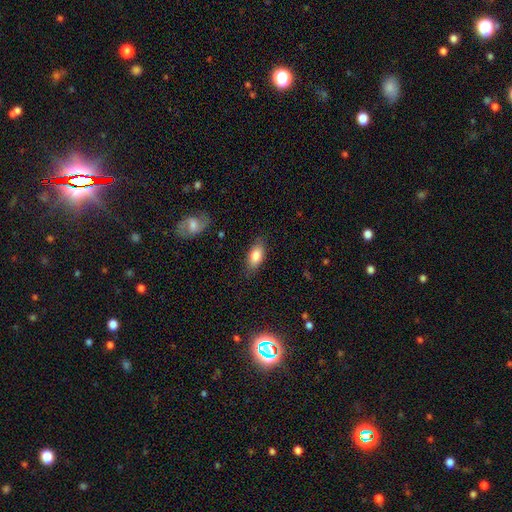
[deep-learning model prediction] smooth 82%, featured or disk 11%, star or artifact 7%. Down the decision tree: how rounded — in between (89%); merging — none (82%).